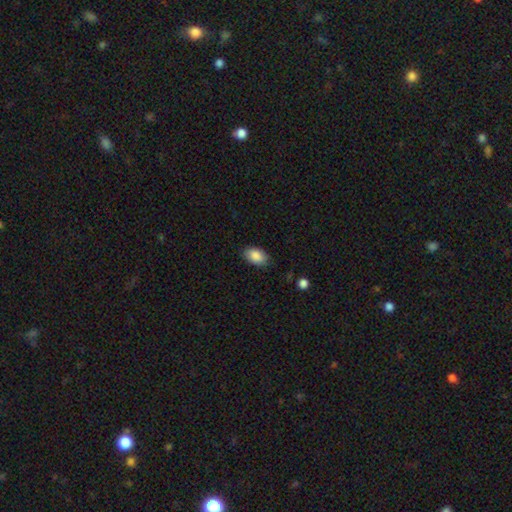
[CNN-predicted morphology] A smooth galaxy with no disk features (88%) that is in between round and cigar-shaped (92%). Merging: none (84%).